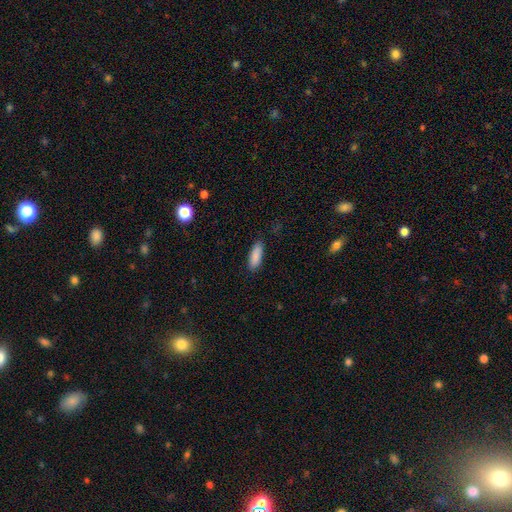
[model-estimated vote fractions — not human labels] Overall: smooth (89%). How rounded: in between (67%; cigar-shaped 32%). Merging: none (85%).